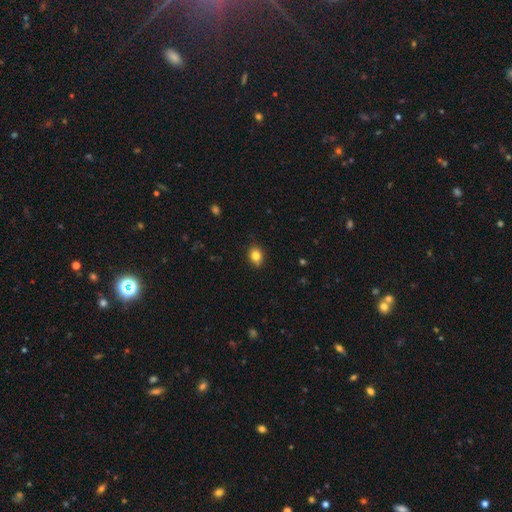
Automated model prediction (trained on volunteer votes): Smooth or featured?
  - smooth: 82% *
  - star or artifact: 10%
  - featured or disk: 8%
How rounded?
  - in between: 53% *
  - round: 45%
  - cigar-shaped: 1%
Merging?
  - none: 82% *
  - minor disturbance: 15%
  - major disturbance: 2%
  - merger: 1%